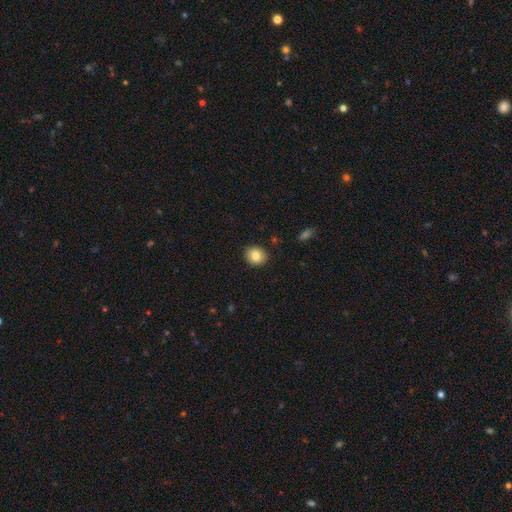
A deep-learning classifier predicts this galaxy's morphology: A smooth galaxy with no disk features (82%) that is round (68%).

Vote fractions:
- Smooth or featured? smooth: 82% / featured or disk: 9% / star or artifact: 9%
- How rounded? round: 68% / in between: 31% / cigar-shaped: 1%
- Merging? none: 89% / minor disturbance: 8% / major disturbance: 2% / merger: 1%